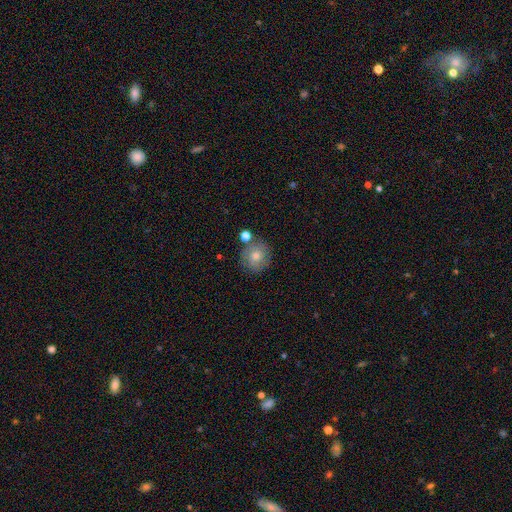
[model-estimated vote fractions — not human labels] This appears to be a smooth galaxy with no disk features (60%) that is round (88%). Merging: none (76%).